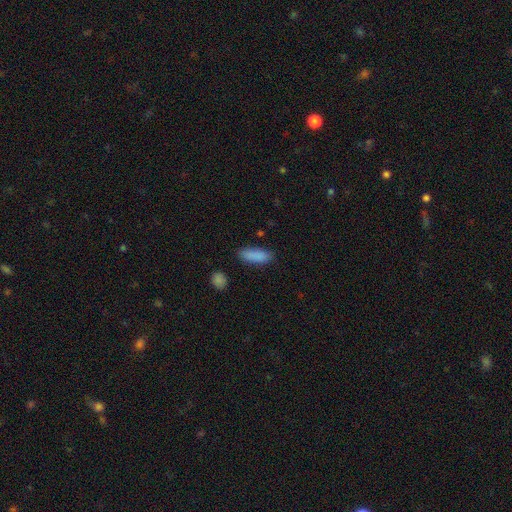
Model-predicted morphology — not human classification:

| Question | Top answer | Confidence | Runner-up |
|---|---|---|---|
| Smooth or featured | smooth | 88% | star or artifact (7%) |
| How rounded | in between | 65% | cigar-shaped (33%) |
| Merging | none | 83% | minor disturbance (12%) |